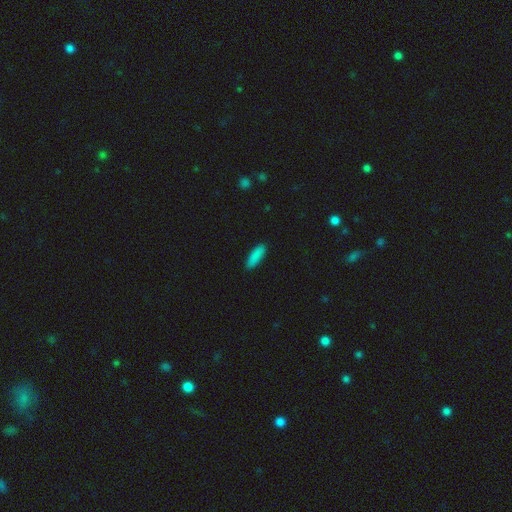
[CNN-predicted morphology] Smooth or featured?
  - smooth: 88% *
  - star or artifact: 7%
  - featured or disk: 5%
How rounded?
  - in between: 51% *
  - cigar-shaped: 47%
  - round: 2%
Merging?
  - none: 87% *
  - minor disturbance: 10%
  - major disturbance: 2%
  - merger: 1%